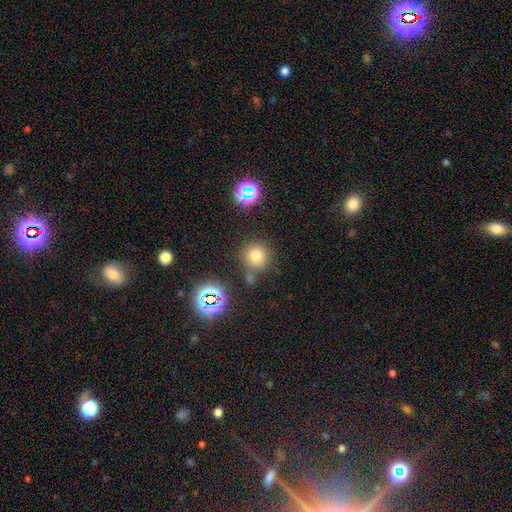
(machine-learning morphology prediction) This appears to be a smooth galaxy with no disk features (72%) that is round (93%). Merging: none (73%).